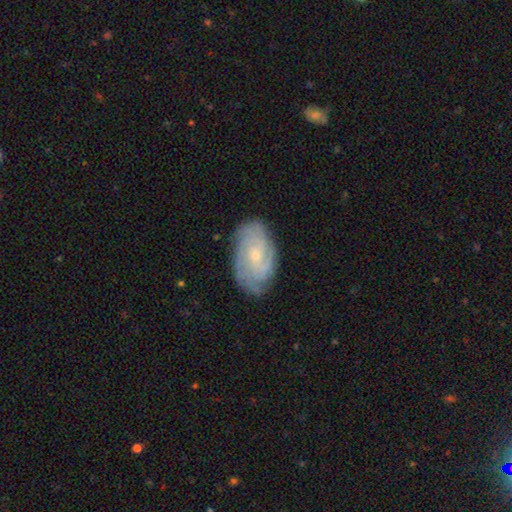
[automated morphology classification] Overall: featured or disk (76%). Edge-on disk: no (95%). Bar: no (72%). Spiral arms: yes (93%). Spiral arm count: can't tell (39%; 4 19%). Spiral winding: tight (65%; medium 28%). Bulge size: small (71%). Merging: none (78%).